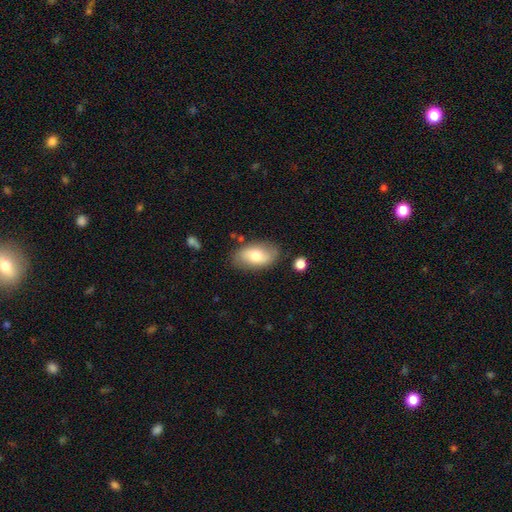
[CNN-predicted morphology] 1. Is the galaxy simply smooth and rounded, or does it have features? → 70% smooth, 24% featured or disk, 7% star or artifact.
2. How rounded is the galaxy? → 93% in between, 5% round, 2% cigar-shaped.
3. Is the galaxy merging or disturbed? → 79% none, 15% minor disturbance, 4% major disturbance, 3% merger.